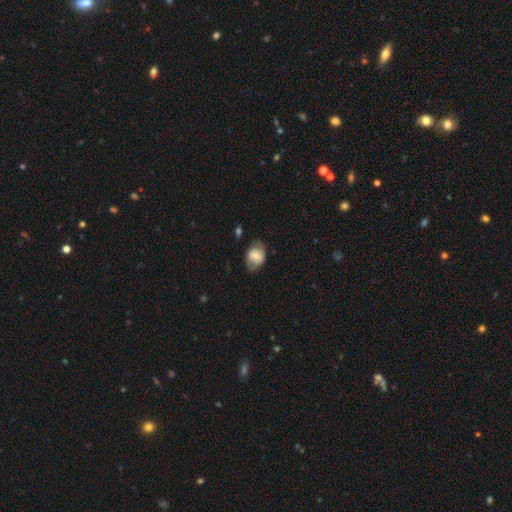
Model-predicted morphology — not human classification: Smooth or featured? smooth (61%)
How rounded? in between (62%)
Merging? none (64%)